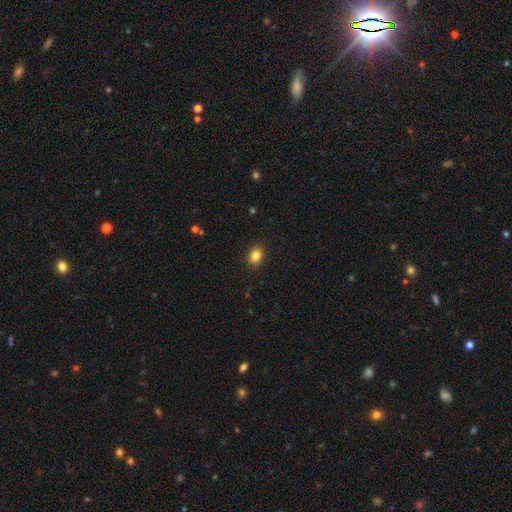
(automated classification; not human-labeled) Smooth or featured: smooth — 83% (star or artifact — 10%)
How rounded: in between — 50% (round — 49%)
Merging: none — 90% (minor disturbance — 7%)